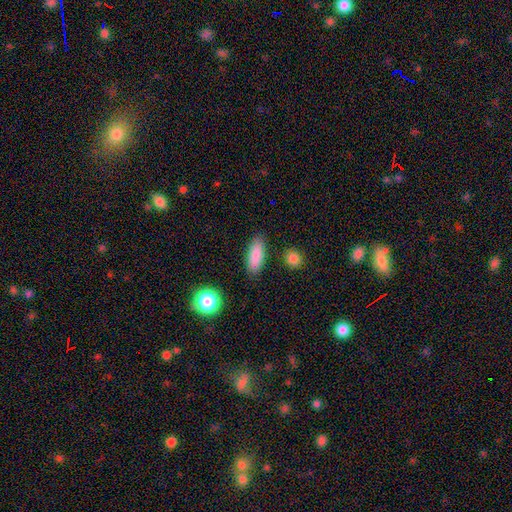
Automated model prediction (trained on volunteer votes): A smooth galaxy with no disk features (87%) that is in between round and cigar-shaped (66%).

Vote fractions:
- Smooth or featured? smooth: 87% / star or artifact: 7% / featured or disk: 6%
- How rounded? in between: 66% / cigar-shaped: 31% / round: 3%
- Merging? none: 87% / minor disturbance: 9% / major disturbance: 2% / merger: 2%